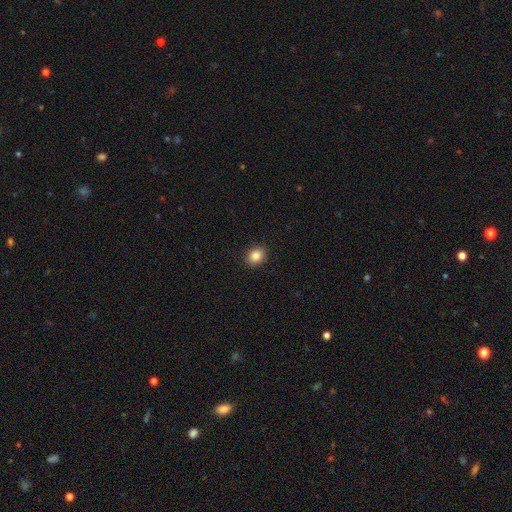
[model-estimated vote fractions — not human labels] smooth 85%, star or artifact 10%, featured or disk 5%. Down the decision tree: how rounded — round (58%); merging — none (91%).